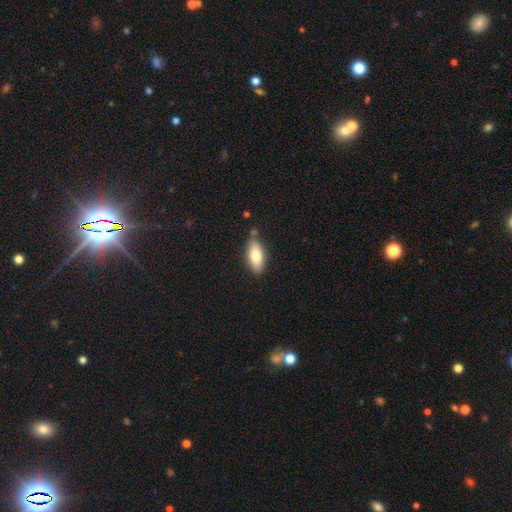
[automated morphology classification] Smooth or featured: smooth — 78% (featured or disk — 16%)
How rounded: in between — 82% (cigar-shaped — 15%)
Merging: none — 77% (minor disturbance — 16%)